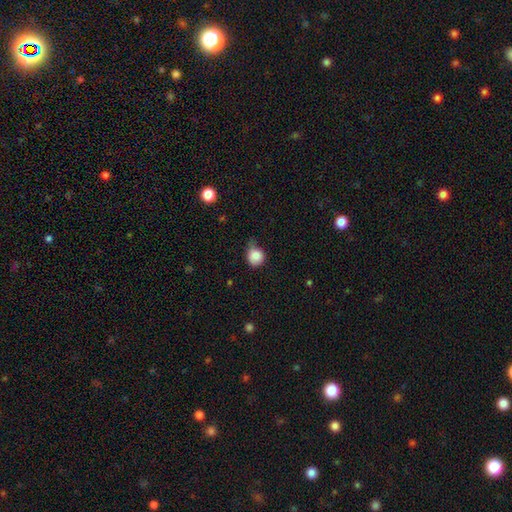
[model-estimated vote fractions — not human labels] Q: Smooth or featured?
A: smooth (86%); runner-up: star or artifact (9%)
Q: How rounded?
A: round (84%); runner-up: in between (15%)
Q: Merging?
A: none (48%); runner-up: minor disturbance (40%)